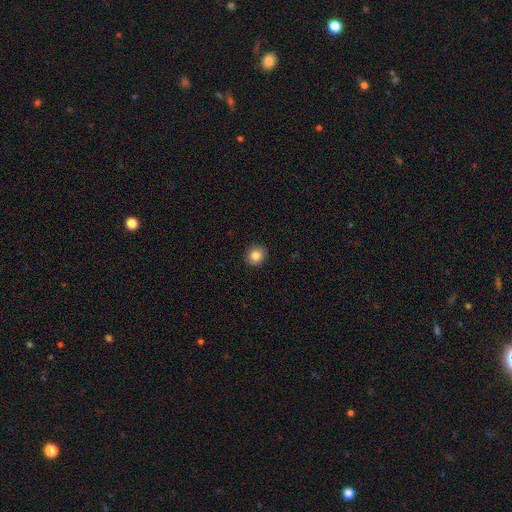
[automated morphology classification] Q: Smooth or featured?
A: smooth (85%); runner-up: star or artifact (10%)
Q: How rounded?
A: round (90%); runner-up: in between (10%)
Q: Merging?
A: none (92%); runner-up: minor disturbance (5%)